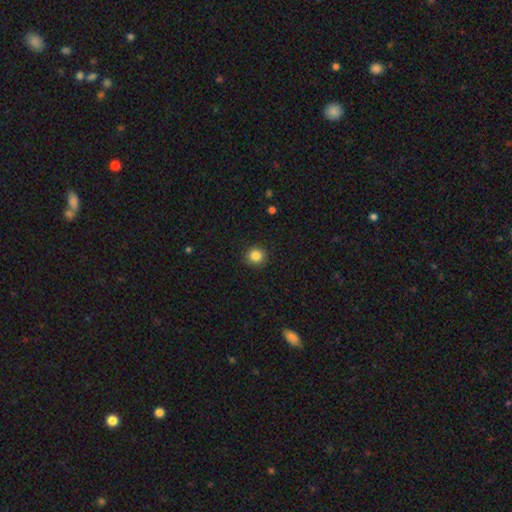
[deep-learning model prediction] smooth 85%, star or artifact 10%, featured or disk 4%. Down the decision tree: how rounded — round (93%); merging — none (91%).